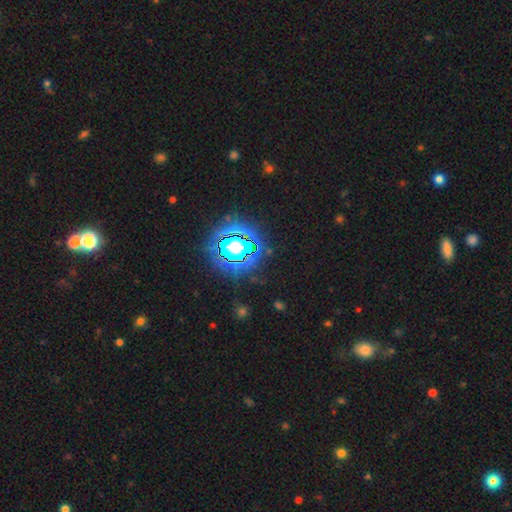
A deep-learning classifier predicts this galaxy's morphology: Smooth or featured?
  - star or artifact: 84% *
  - smooth: 10%
  - featured or disk: 6%